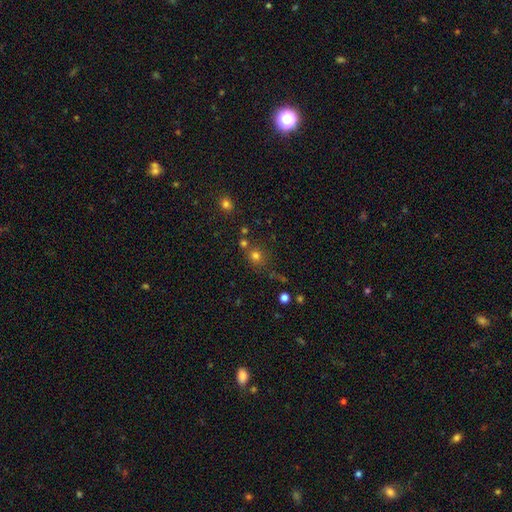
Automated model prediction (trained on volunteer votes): smooth 73%, star or artifact 19%, featured or disk 8%. Down the decision tree: how rounded — round (86%); merging — none (69%).